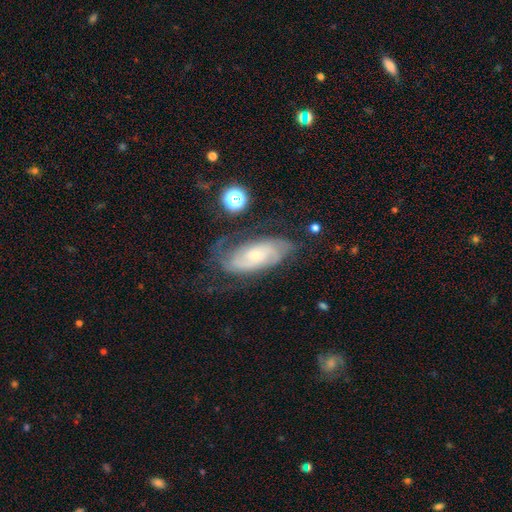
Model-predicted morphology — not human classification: Smooth or featured? Predicted: featured or disk (p=0.77). Edge-on disk? Predicted: no (p=0.93). Bar? Predicted: no (p=0.64). Spiral arms? Predicted: yes (p=0.93). Spiral winding? Predicted: tight (p=0.56). Spiral arm count? Predicted: 2 (p=0.45). Bulge size? Predicted: small (p=0.66). Merging? Predicted: none (p=0.62).